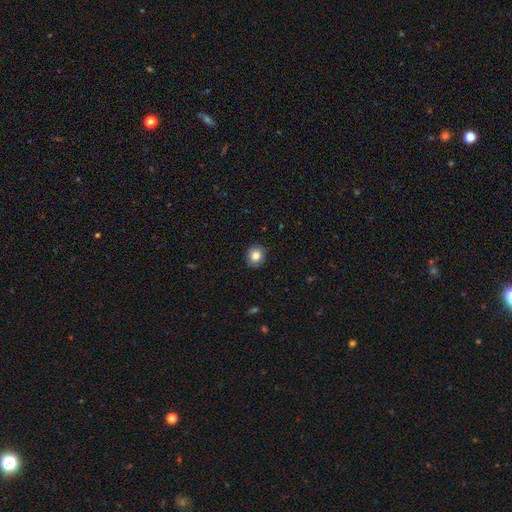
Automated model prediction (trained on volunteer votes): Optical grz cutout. It shows a smooth galaxy with no disk features (82%) that is round (75%). Merging: none (87%).